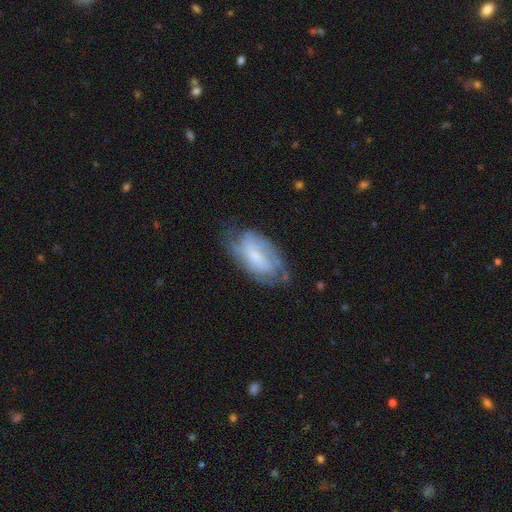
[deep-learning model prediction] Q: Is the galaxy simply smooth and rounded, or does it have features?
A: featured or disk — 70%.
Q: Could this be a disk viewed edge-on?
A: no — 94%.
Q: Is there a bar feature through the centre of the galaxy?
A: no — 44%.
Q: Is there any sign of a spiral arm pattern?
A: yes — 88%.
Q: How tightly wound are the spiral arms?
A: tight — 46%.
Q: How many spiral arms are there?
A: can't tell — 39%.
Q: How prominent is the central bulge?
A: small — 50%.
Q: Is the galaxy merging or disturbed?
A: none — 64%.